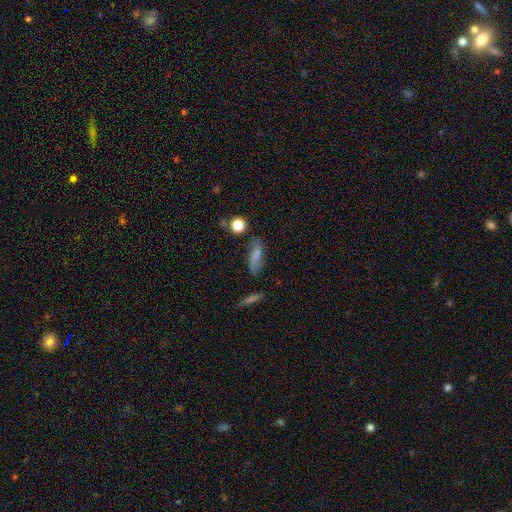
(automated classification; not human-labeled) A smooth galaxy with no disk features (66%) that is in between round and cigar-shaped (56%).

Vote fractions:
- Smooth or featured? smooth: 66% / featured or disk: 25% / star or artifact: 10%
- How rounded? in between: 56% / cigar-shaped: 38% / round: 6%
- Merging? none: 64% / minor disturbance: 22% / major disturbance: 8% / merger: 6%